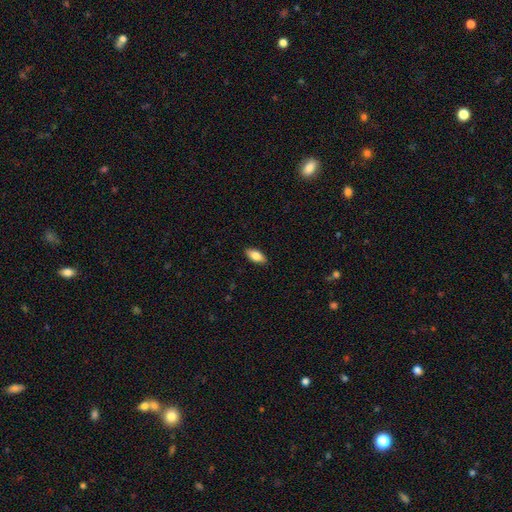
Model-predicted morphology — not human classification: Q: Smooth or featured?
A: smooth (81%); runner-up: featured or disk (12%)
Q: How rounded?
A: in between (88%); runner-up: cigar-shaped (9%)
Q: Merging?
A: none (89%); runner-up: minor disturbance (9%)